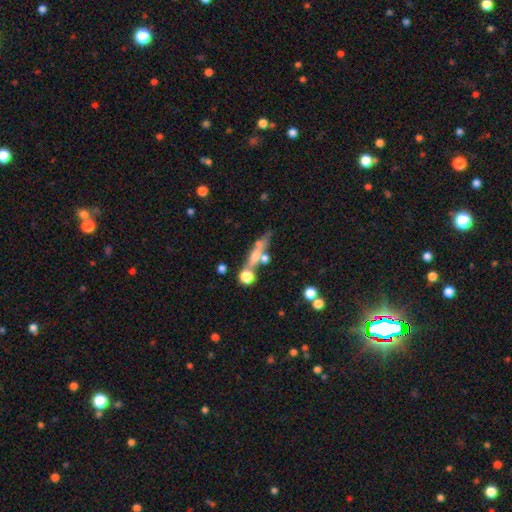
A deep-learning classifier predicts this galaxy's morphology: A featured or disk galaxy (49%). Merging: none (54%).